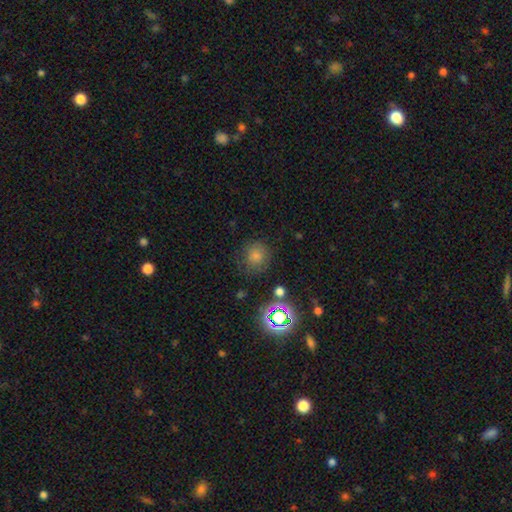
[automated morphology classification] A smooth galaxy with no disk features (64%) that is round (88%).

Vote fractions:
- Smooth or featured? smooth: 64% / star or artifact: 27% / featured or disk: 9%
- How rounded? round: 88% / in between: 11% / cigar-shaped: 1%
- Merging? none: 80% / minor disturbance: 13% / major disturbance: 5% / merger: 3%